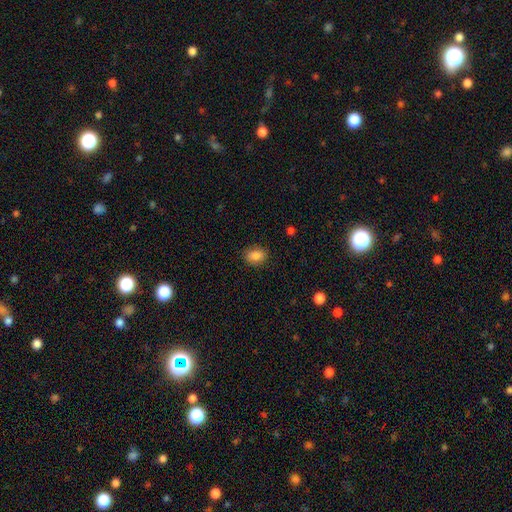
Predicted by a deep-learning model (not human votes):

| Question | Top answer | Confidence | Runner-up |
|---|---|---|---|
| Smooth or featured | smooth | 87% | star or artifact (9%) |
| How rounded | in between | 71% | round (28%) |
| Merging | none | 86% | minor disturbance (10%) |